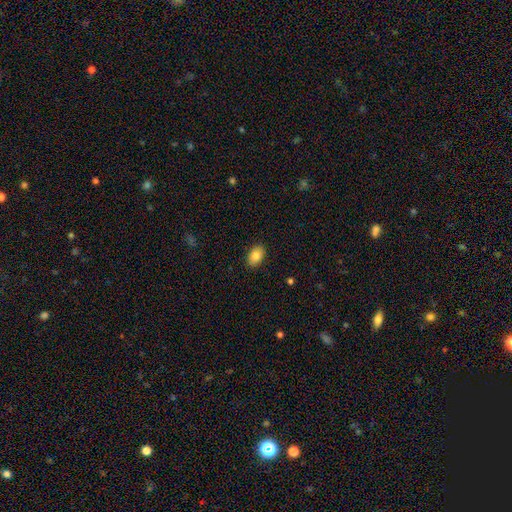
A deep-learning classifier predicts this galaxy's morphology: Smooth or featured?
  - smooth: 86% *
  - star or artifact: 8%
  - featured or disk: 6%
How rounded?
  - in between: 88% *
  - round: 11%
  - cigar-shaped: 1%
Merging?
  - none: 89% *
  - minor disturbance: 8%
  - major disturbance: 2%
  - merger: 1%